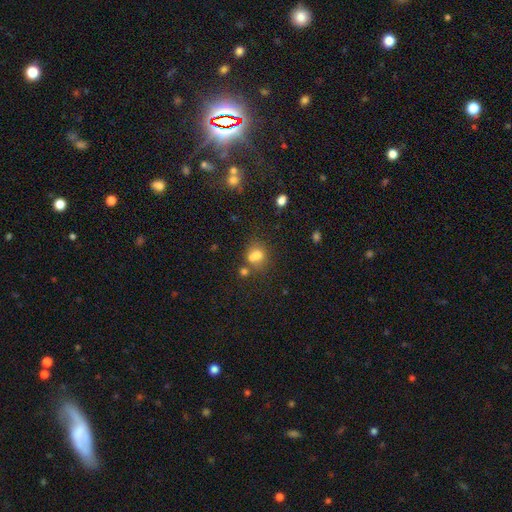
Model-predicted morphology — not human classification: Q: Smooth or featured?
A: smooth (70%); runner-up: star or artifact (15%)
Q: How rounded?
A: round (73%); runner-up: in between (26%)
Q: Merging?
A: none (43%); runner-up: merger (41%)